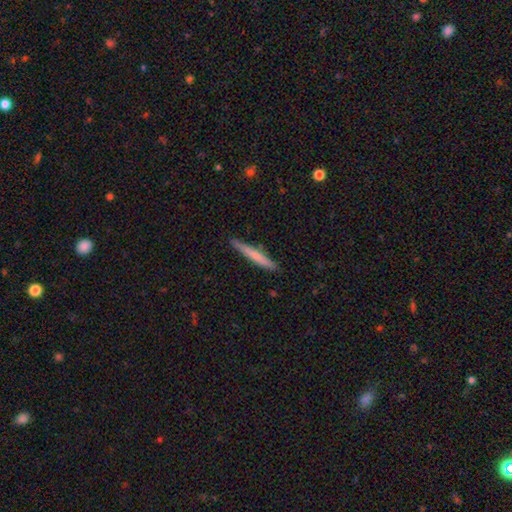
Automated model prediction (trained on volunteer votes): smooth 65%, featured or disk 29%, star or artifact 6%. Down the decision tree: how rounded — cigar-shaped (96%); merging — none (87%).